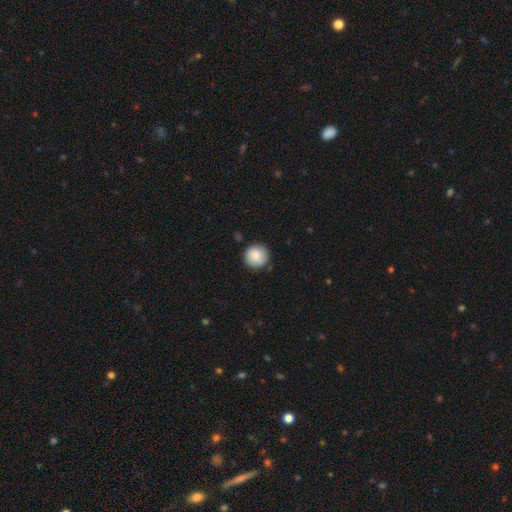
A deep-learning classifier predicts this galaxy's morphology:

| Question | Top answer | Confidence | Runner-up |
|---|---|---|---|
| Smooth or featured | smooth | 84% | featured or disk (8%) |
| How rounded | round | 94% | in between (5%) |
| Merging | none | 83% | minor disturbance (12%) |